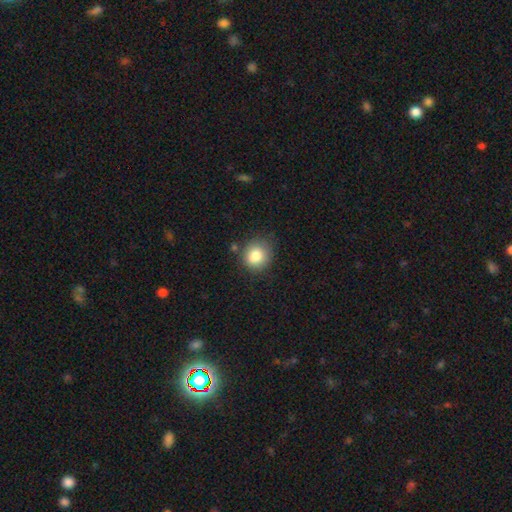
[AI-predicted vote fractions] Smooth or featured? Predicted: smooth (p=0.83). How rounded? Predicted: round (p=0.78). Merging? Predicted: none (p=0.77).